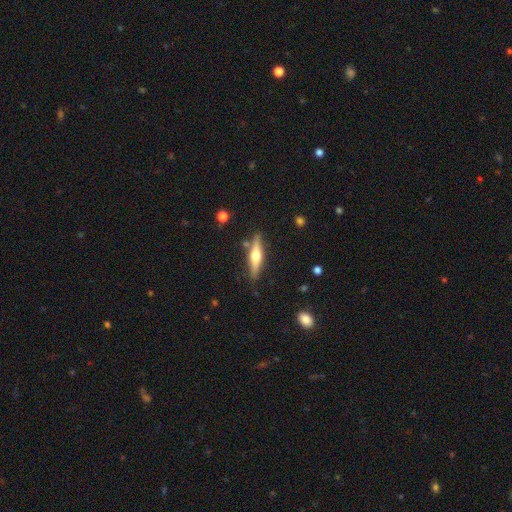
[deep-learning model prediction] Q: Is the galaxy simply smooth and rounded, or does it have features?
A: featured or disk — 63%.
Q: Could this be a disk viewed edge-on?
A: yes — 95%.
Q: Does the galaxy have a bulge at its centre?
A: rounded — 94%.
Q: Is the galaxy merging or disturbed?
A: none — 85%.